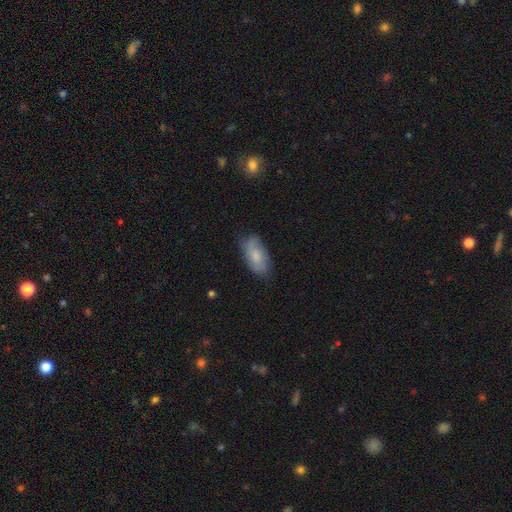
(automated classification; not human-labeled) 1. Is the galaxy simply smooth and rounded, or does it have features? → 69% smooth, 24% featured or disk, 7% star or artifact.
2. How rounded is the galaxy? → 90% in between, 7% cigar-shaped, 3% round.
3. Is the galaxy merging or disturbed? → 72% none, 22% minor disturbance, 5% major disturbance, 1% merger.